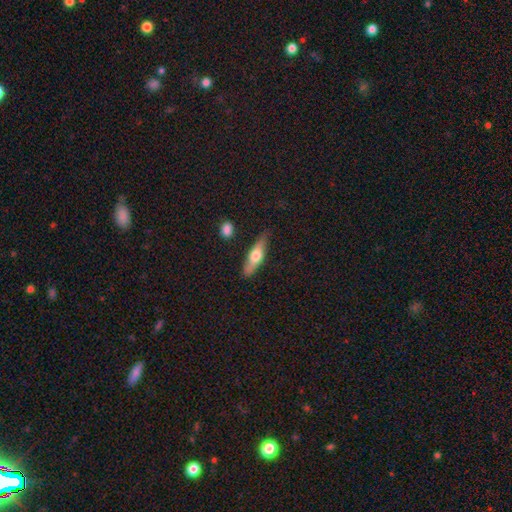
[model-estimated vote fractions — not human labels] Overall: smooth (51%; featured or disk 43%). How rounded: cigar-shaped (67%; in between 31%). Merging: none (79%).